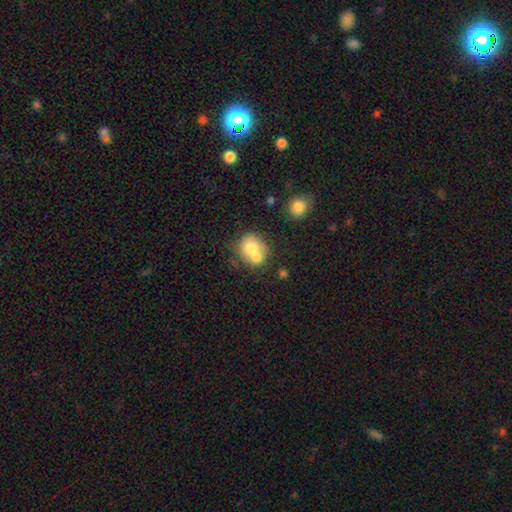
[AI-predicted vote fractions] smooth_or_featured: smooth (p=0.68) [alt: featured or disk p=0.23]
how_rounded: round (p=0.71) [alt: in between p=0.28]
merging: merger (p=0.58) [alt: none p=0.30]